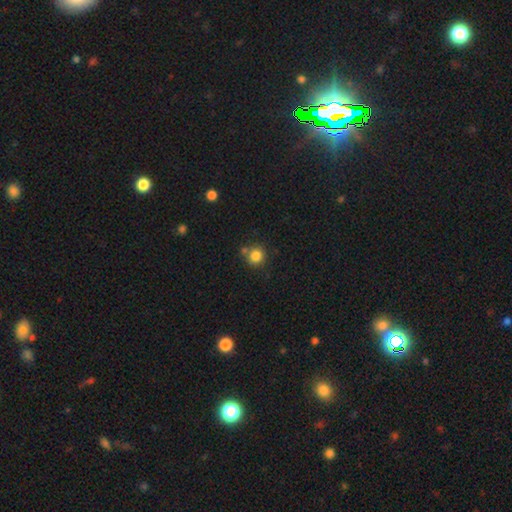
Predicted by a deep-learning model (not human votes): A smooth galaxy with no disk features (83%) that is round (92%). Merging: none (72%).